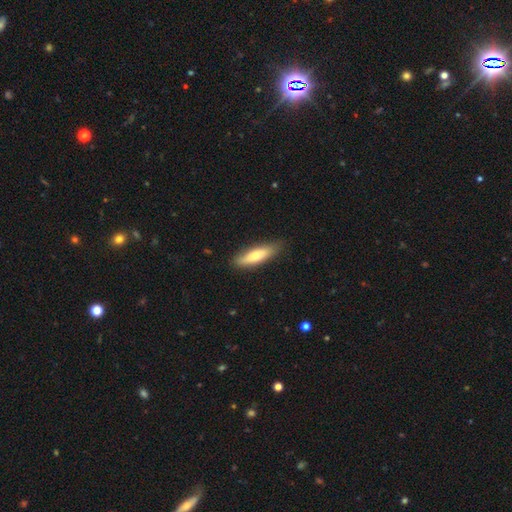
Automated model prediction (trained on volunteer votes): Smooth or featured: smooth — 68% (featured or disk — 27%)
How rounded: cigar-shaped — 60% (in between — 38%)
Merging: none — 84% (minor disturbance — 13%)